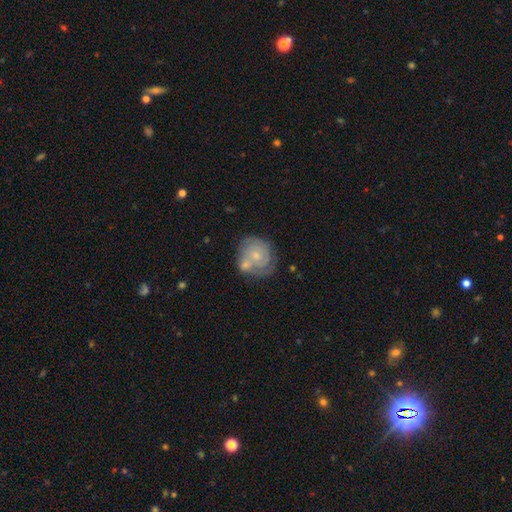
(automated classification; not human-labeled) Q: Smooth or featured?
A: featured or disk (68%); runner-up: smooth (26%)
Q: Edge-on disk?
A: no (98%); runner-up: yes (2%)
Q: Bar?
A: no (79%); runner-up: weak (19%)
Q: Spiral arms?
A: yes (86%); runner-up: no (14%)
Q: Spiral winding?
A: tight (71%); runner-up: medium (22%)
Q: Spiral arm count?
A: 2 (36%); runner-up: can't tell (34%)
Q: Bulge size?
A: small (66%); runner-up: moderate (28%)
Q: Merging?
A: none (43%); runner-up: merger (32%)